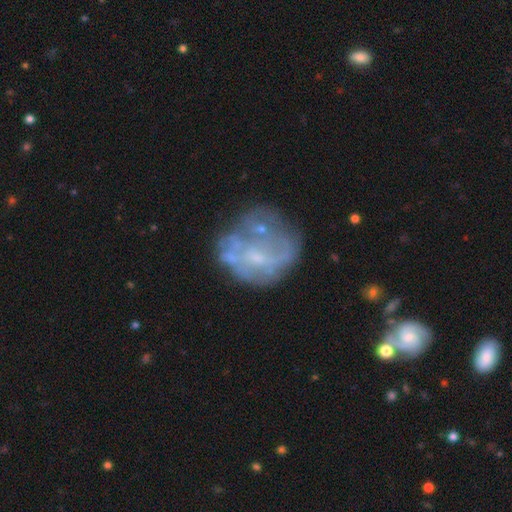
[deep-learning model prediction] The model was most divided on "bulge size": small: 45%, none: 32%, moderate: 21%, large: 2%, dominant: 1%. Remaining: edge-on disk — no (98%); spiral arms — no (76%); bar — no (72%); smooth or featured — featured or disk (60%); merging — none (49%).